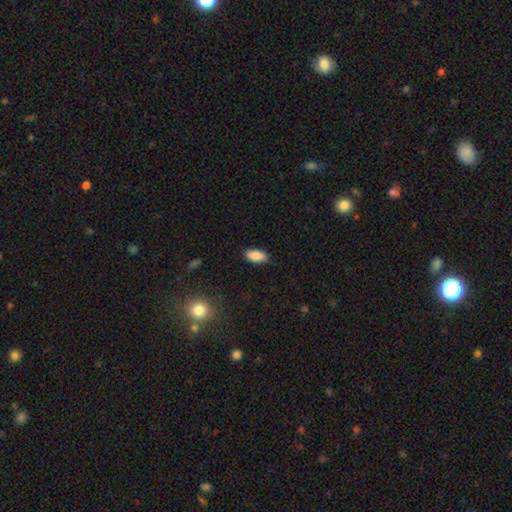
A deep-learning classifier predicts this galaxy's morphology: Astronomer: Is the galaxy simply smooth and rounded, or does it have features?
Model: smooth — 88%.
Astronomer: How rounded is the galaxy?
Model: in between — 89%.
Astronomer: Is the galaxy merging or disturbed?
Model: none — 85%.